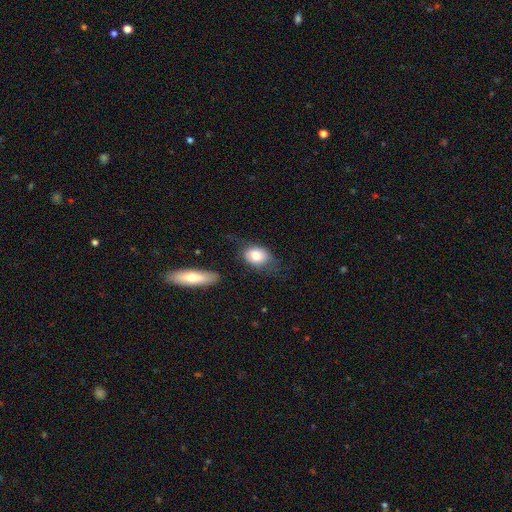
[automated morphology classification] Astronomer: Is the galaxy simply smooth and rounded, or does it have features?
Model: smooth — 76%.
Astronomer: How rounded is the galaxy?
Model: in between — 69%.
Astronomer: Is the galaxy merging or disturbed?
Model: none — 53%.